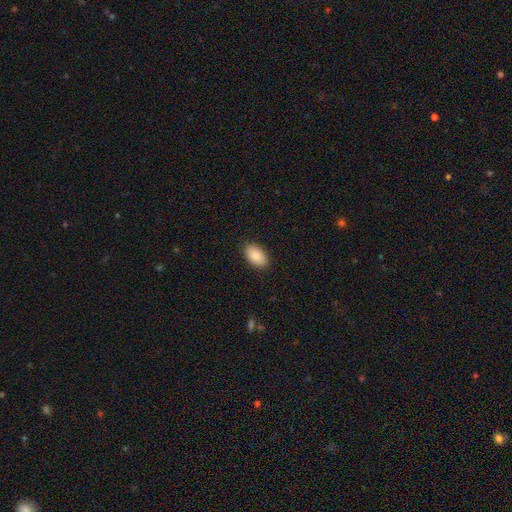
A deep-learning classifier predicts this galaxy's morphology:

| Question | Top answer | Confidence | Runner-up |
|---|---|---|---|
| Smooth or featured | smooth | 88% | star or artifact (6%) |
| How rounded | in between | 94% | round (5%) |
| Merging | none | 89% | minor disturbance (8%) |